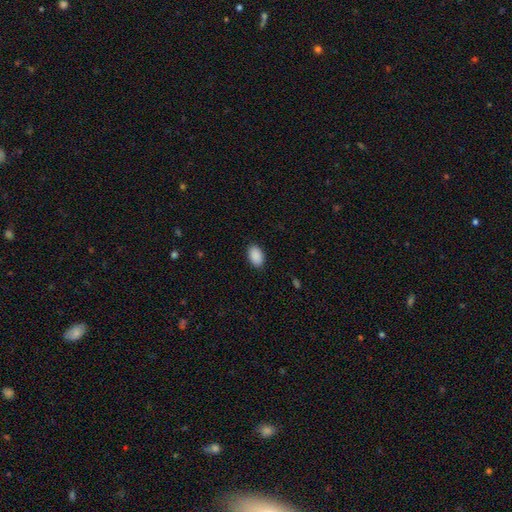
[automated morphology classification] Smooth or featured? Predicted: smooth (p=0.91). How rounded? Predicted: in between (p=0.92). Merging? Predicted: none (p=0.89).